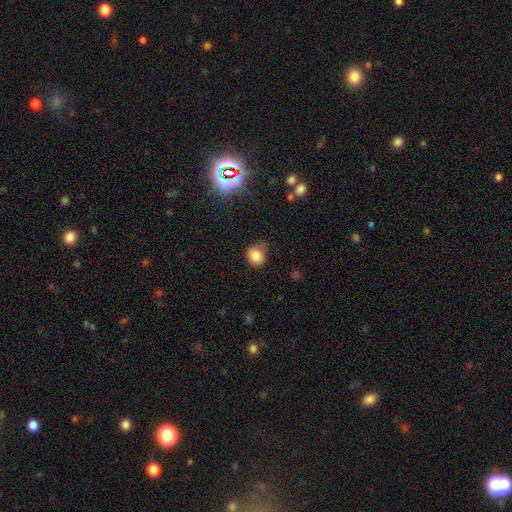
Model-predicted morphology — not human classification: Smooth or featured? smooth (80%)
How rounded? round (72%)
Merging? none (61%)